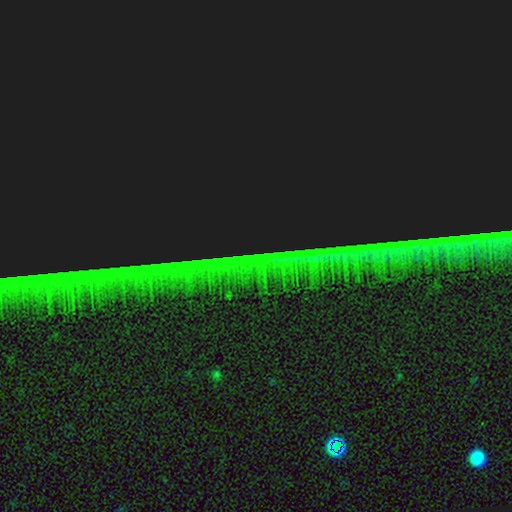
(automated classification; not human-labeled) A star or artifact, not a galaxy (87%).